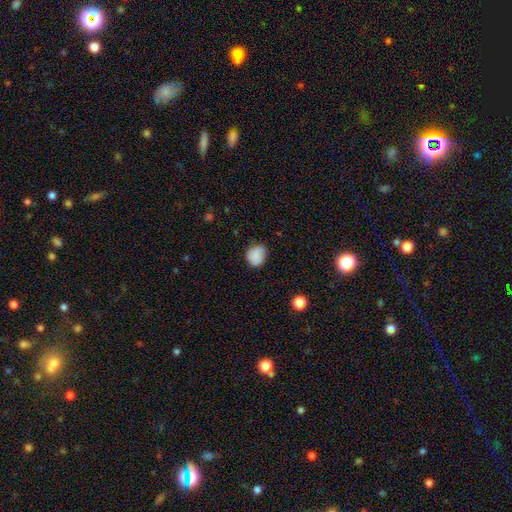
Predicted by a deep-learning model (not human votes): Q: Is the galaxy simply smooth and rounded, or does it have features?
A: smooth — 85%.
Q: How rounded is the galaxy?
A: round — 57%.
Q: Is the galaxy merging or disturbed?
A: none — 72%.